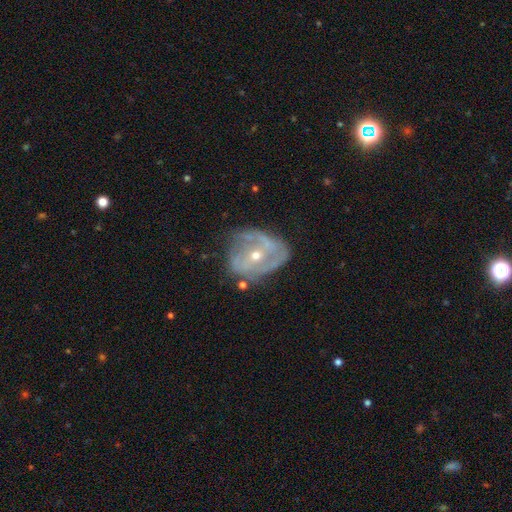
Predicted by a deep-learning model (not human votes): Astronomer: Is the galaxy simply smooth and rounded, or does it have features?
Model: featured or disk — 81%.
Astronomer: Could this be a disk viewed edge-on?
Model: no — 97%.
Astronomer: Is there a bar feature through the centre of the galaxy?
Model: no — 52% (runner-up: weak, 32%).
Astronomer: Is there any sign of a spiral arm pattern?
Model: yes — 81%.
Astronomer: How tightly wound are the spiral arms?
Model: tight — 41% (runner-up: medium, 40%).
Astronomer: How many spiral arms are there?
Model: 2 — 43% (runner-up: can't tell, 27%).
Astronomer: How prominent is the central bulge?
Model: small — 58% (runner-up: moderate, 40%).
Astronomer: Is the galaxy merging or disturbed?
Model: none — 51% (runner-up: minor disturbance, 29%).